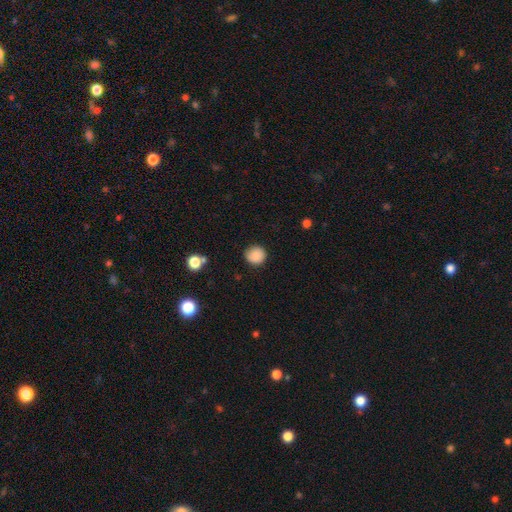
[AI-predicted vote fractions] Smooth or featured: smooth — 87% (star or artifact — 9%)
How rounded: round — 92% (in between — 7%)
Merging: none — 87% (minor disturbance — 10%)